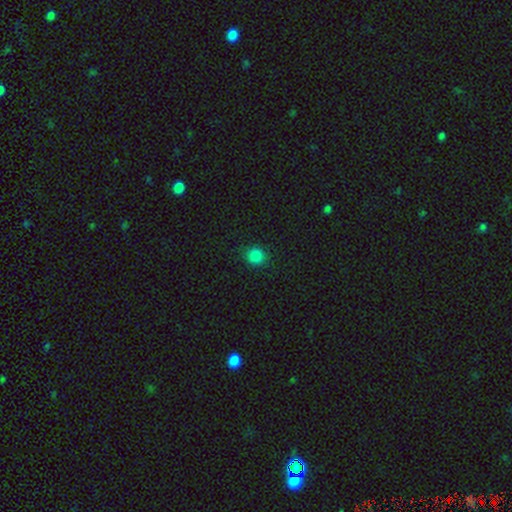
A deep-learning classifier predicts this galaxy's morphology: A smooth galaxy with no disk features (84%) that is round (87%). Merging: none (88%).